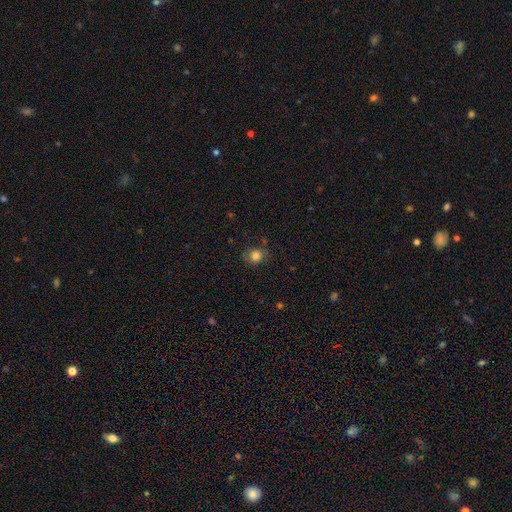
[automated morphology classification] smooth 81%, star or artifact 11%, featured or disk 8%. Down the decision tree: how rounded — round (74%); merging — none (72%).